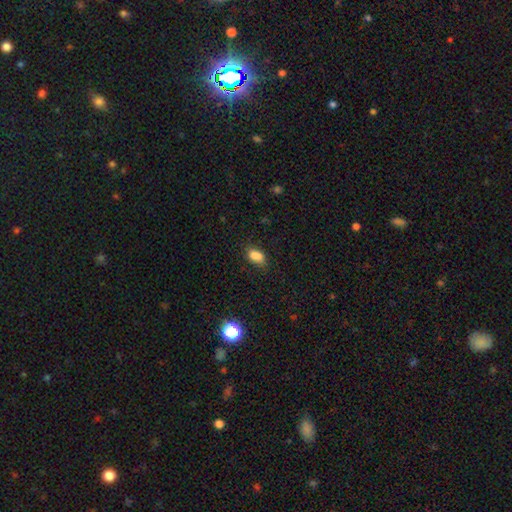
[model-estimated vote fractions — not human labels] smooth-or-featured: smooth: 81% | star or artifact: 12% | featured or disk: 7%
  how-rounded: in between: 84% | round: 11% | cigar-shaped: 5%
  merging: none: 63% | minor disturbance: 24% | major disturbance: 6% | merger: 6%